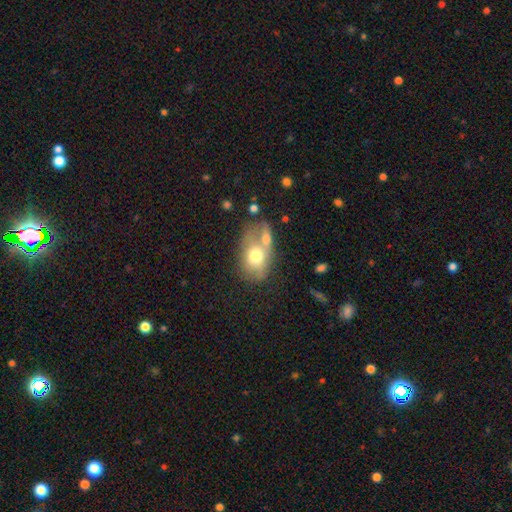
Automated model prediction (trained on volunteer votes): A smooth galaxy with no disk features (64%) that is in between round and cigar-shaped (78%). Merging: merger (46%).